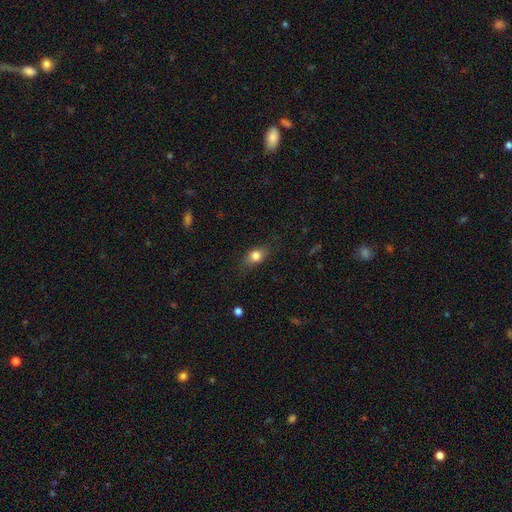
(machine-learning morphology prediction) This appears to be a smooth galaxy with no disk features (78%) that is in between round and cigar-shaped (70%). Merging: none (79%).